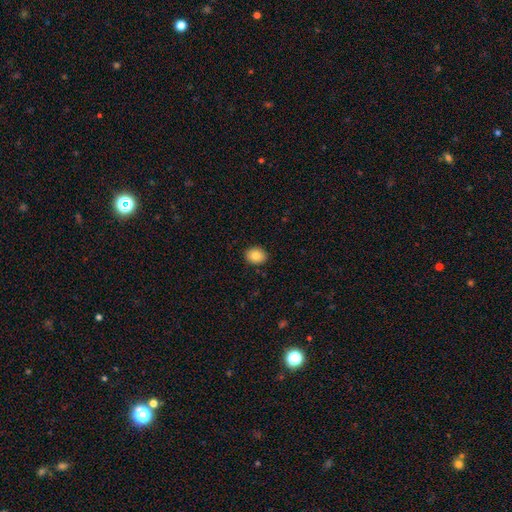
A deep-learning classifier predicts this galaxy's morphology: A smooth galaxy with no disk features (84%) that is in between round and cigar-shaped (52%). Merging: none (90%).